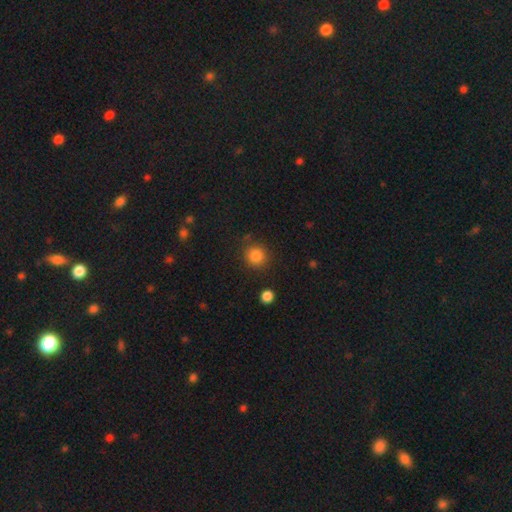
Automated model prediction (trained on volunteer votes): The model was most divided on "smooth or featured": smooth: 85%, star or artifact: 11%, featured or disk: 5%. More confident: how rounded — round (91%); merging — none (86%).